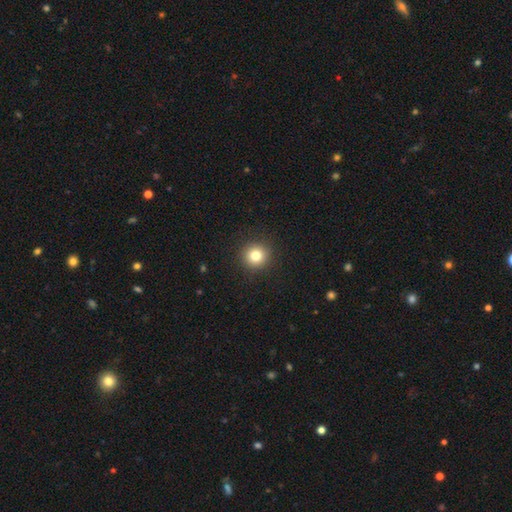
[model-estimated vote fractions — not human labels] Smooth or featured? Predicted: smooth (p=0.81). How rounded? Predicted: round (p=0.94). Merging? Predicted: none (p=0.92).